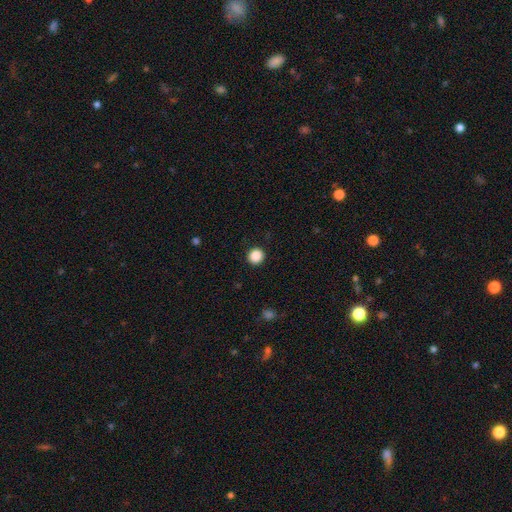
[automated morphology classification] smooth_or_featured: smooth (p=0.88) [alt: star or artifact p=0.10]
how_rounded: round (p=0.95) [alt: in between p=0.05]
merging: none (p=0.93) [alt: minor disturbance p=0.04]